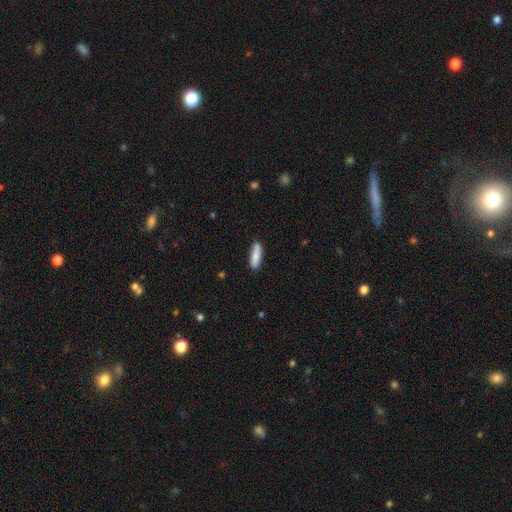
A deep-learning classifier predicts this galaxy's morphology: Smooth or featured? smooth (80%)
How rounded? cigar-shaped (63%)
Merging? none (86%)